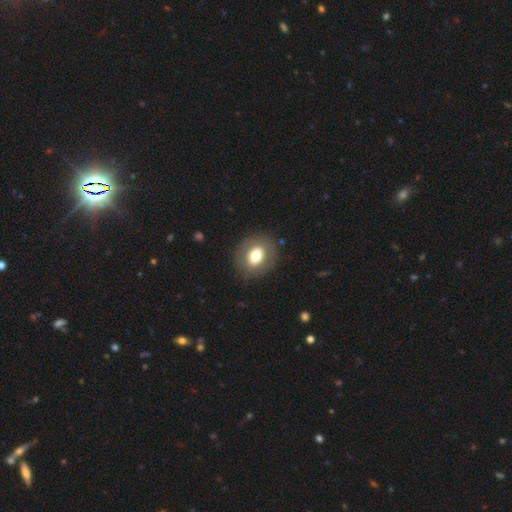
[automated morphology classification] smooth_or_featured: smooth (p=0.69) [alt: featured or disk p=0.23]
how_rounded: round (p=0.56) [alt: in between p=0.43]
merging: none (p=0.85) [alt: minor disturbance p=0.09]